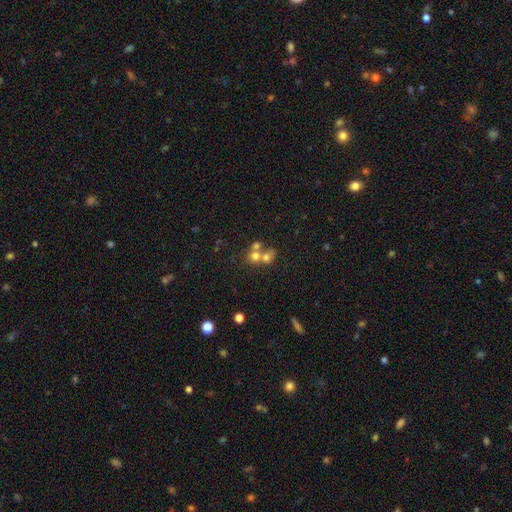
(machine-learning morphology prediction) Smooth or featured? smooth (62%)
How rounded? round (75%)
Merging? merger (59%)